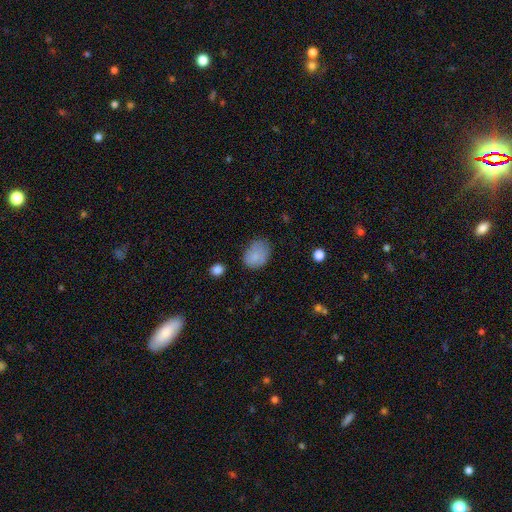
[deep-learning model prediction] smooth 82%, featured or disk 9%, star or artifact 9%. Down the decision tree: how rounded — in between (64%); merging — none (60%).